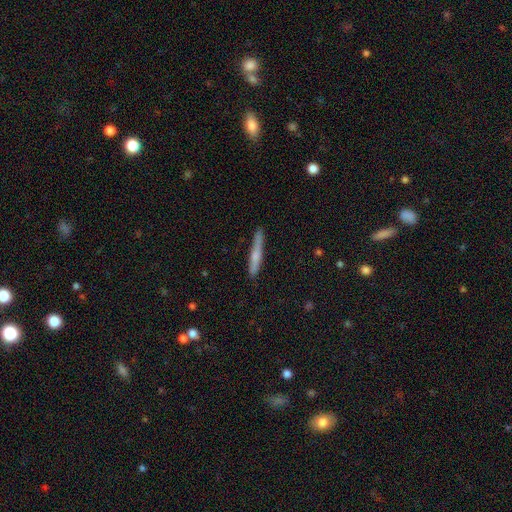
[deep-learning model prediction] The model was most divided on "smooth or featured": smooth: 57%, featured or disk: 37%, star or artifact: 6%. More confident: how rounded — cigar-shaped (95%); merging — none (86%).